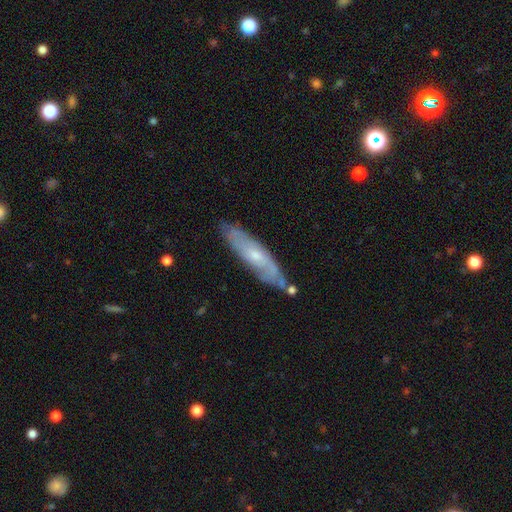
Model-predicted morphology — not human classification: smooth_or_featured: featured or disk (p=0.61) [alt: smooth p=0.33]
disk_edge_on: no (p=0.63) [alt: yes p=0.37]
merging: none (p=0.75) [alt: minor disturbance p=0.17]